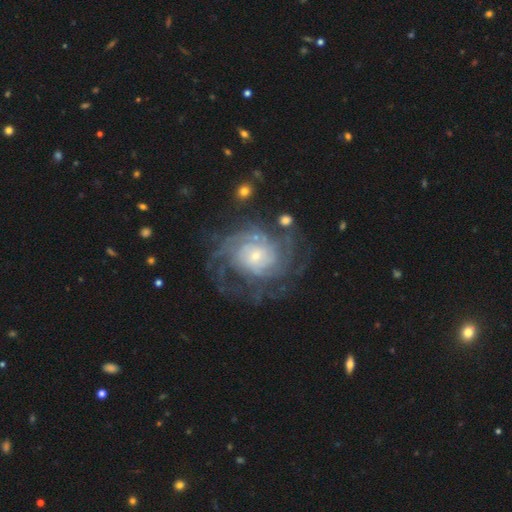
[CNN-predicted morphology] smooth_or_featured: featured or disk (p=0.87) [alt: smooth p=0.07]
disk_edge_on: no (p=0.98) [alt: yes p=0.02]
bar: no (p=0.71) [alt: weak p=0.23]
has_spiral_arms: yes (p=0.95) [alt: no p=0.05]
spiral_winding: tight (p=0.61) [alt: medium p=0.30]
spiral_arm_count: can't tell (p=0.35) [alt: 4 p=0.20]
bulge_size: small (p=0.67) [alt: moderate p=0.25]
merging: none (p=0.63) [alt: minor disturbance p=0.17]